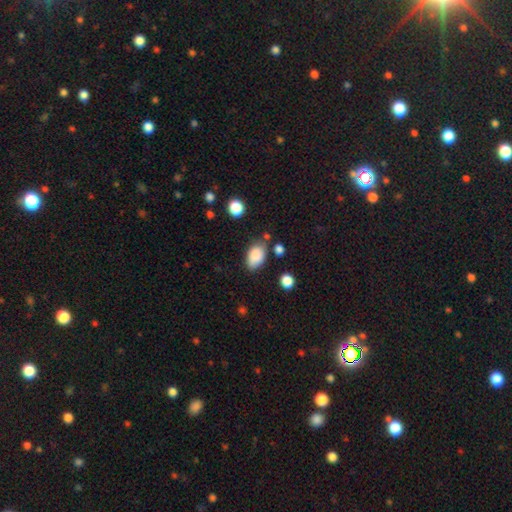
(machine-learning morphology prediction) The model was most divided on "merging": none: 71%, minor disturbance: 19%, merger: 5%, major disturbance: 5%. More confident: how rounded — in between (90%); smooth or featured — smooth (87%).